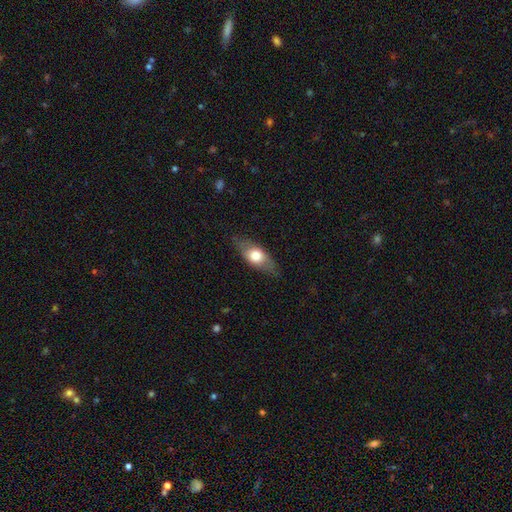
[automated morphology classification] This is likely a smooth galaxy (61%). How rounded: likely in between (76%). Merging: likely none (80%).